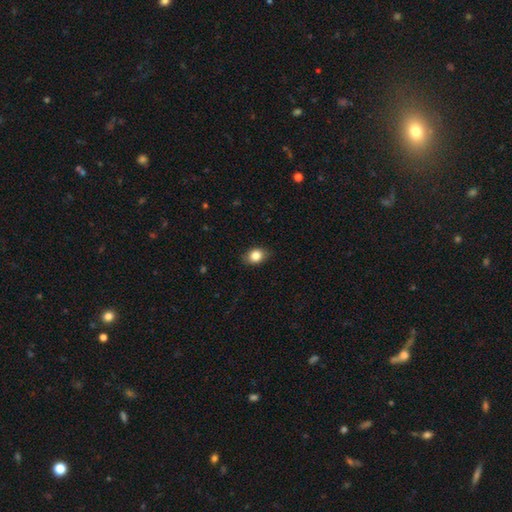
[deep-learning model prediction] A smooth galaxy with no disk features (84%) that is in between round and cigar-shaped (63%). Merging: none (84%).